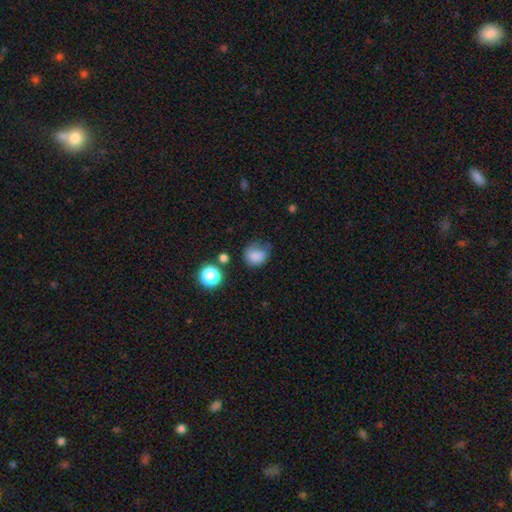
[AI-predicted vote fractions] Smooth or featured: smooth — 80% (star or artifact — 12%)
How rounded: round — 71% (in between — 28%)
Merging: none — 51% (minor disturbance — 30%)